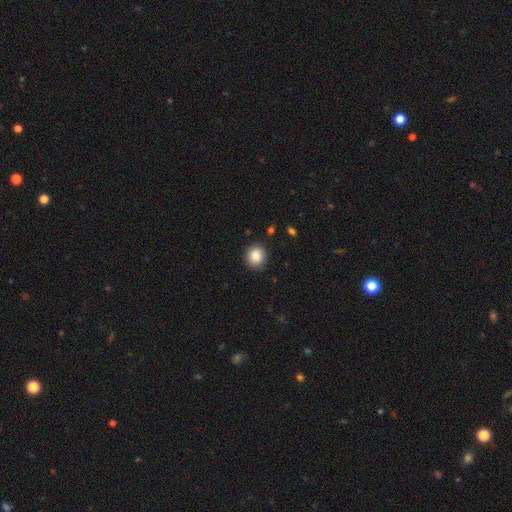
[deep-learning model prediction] This appears to be a smooth galaxy with no disk features (85%) that is round (83%). Merging: none (88%).